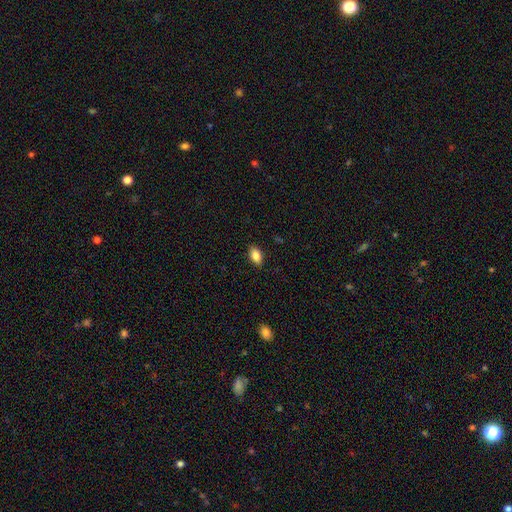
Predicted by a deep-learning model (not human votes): Smooth or featured? smooth (86%)
How rounded? in between (89%)
Merging? none (87%)